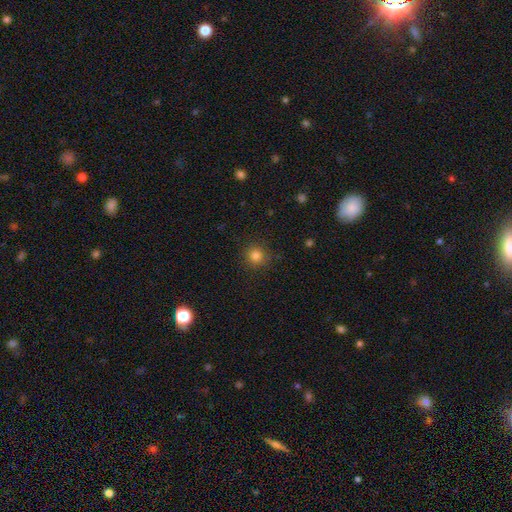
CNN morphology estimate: The model was most divided on "smooth or featured": smooth: 82%, star or artifact: 13%, featured or disk: 5%. More confident: how rounded — round (93%); merging — none (89%).